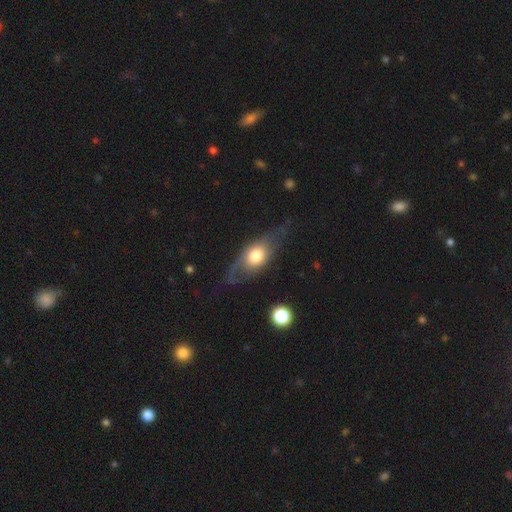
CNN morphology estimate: featured or disk 51%, smooth 43%, star or artifact 6%. Down the decision tree: edge-on disk — no (58%); merging — none (62%).